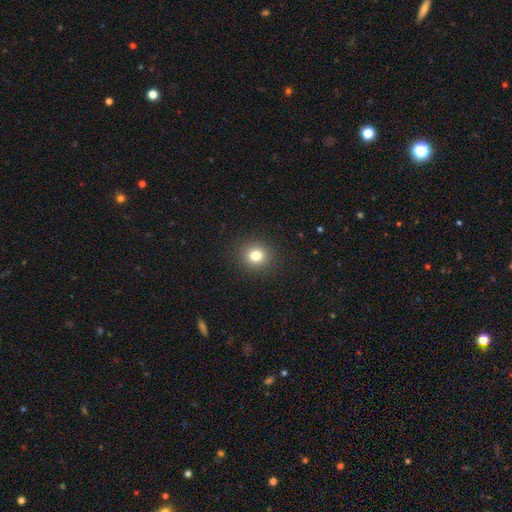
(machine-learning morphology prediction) Smooth or featured?
  - smooth: 79% *
  - star or artifact: 14%
  - featured or disk: 7%
How rounded?
  - round: 84% *
  - in between: 15%
  - cigar-shaped: 1%
Merging?
  - none: 91% *
  - minor disturbance: 6%
  - major disturbance: 2%
  - merger: 1%